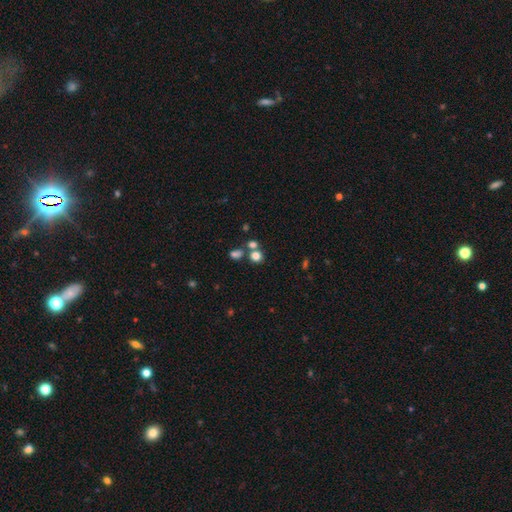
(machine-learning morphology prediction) Q: Smooth or featured?
A: smooth (75%); runner-up: star or artifact (17%)
Q: How rounded?
A: round (78%); runner-up: in between (21%)
Q: Merging?
A: none (57%); runner-up: merger (31%)